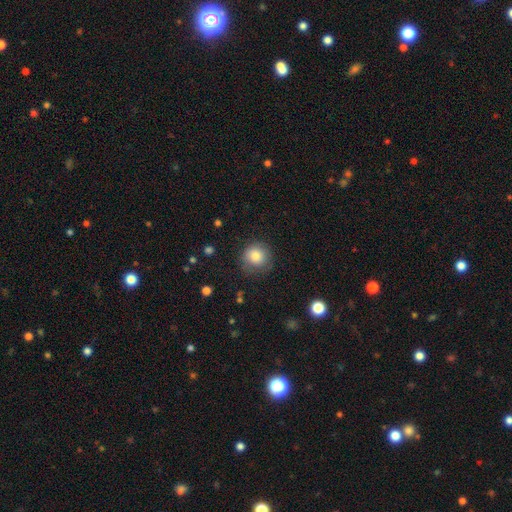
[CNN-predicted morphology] A smooth galaxy with no disk features (82%) that is round (91%).

Vote fractions:
- Smooth or featured? smooth: 82% / star or artifact: 9% / featured or disk: 9%
- How rounded? round: 91% / in between: 8% / cigar-shaped: 1%
- Merging? none: 75% / minor disturbance: 17% / major disturbance: 6% / merger: 1%